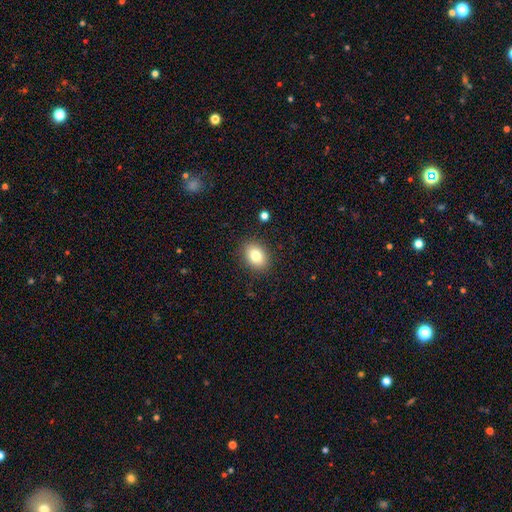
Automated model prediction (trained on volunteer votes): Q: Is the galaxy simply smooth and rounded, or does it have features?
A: smooth — 81%.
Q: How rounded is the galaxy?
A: in between — 66%.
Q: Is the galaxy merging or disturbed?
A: none — 88%.